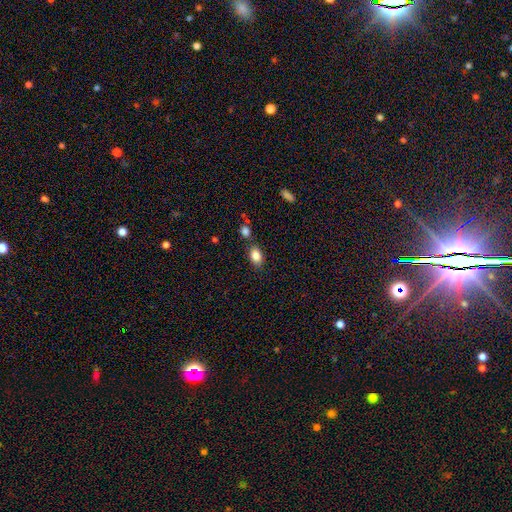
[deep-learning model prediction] Overall: smooth (85%). How rounded: in between (85%). Merging: none (74%).